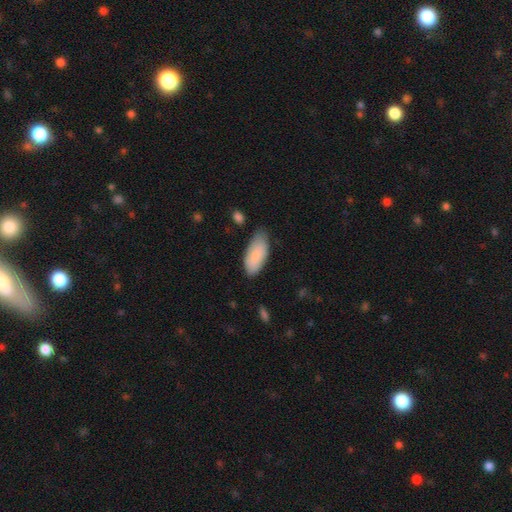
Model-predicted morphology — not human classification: This is clearly a smooth galaxy (86%). How rounded: clearly in between (90%). Merging: likely none (68%).